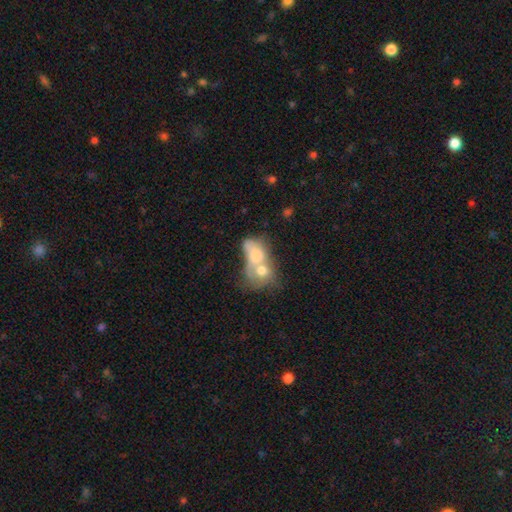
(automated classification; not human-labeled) Q: Smooth or featured?
A: smooth (64%); runner-up: featured or disk (27%)
Q: How rounded?
A: in between (65%); runner-up: round (33%)
Q: Merging?
A: merger (76%); runner-up: none (10%)